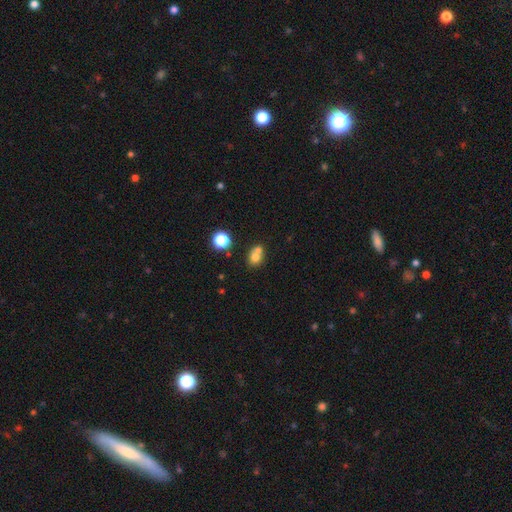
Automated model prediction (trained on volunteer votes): The model was most divided on "merging": merger: 56%, none: 34%, minor disturbance: 7%, major disturbance: 3%. More confident: smooth or featured — smooth (70%); how rounded — round (70%).